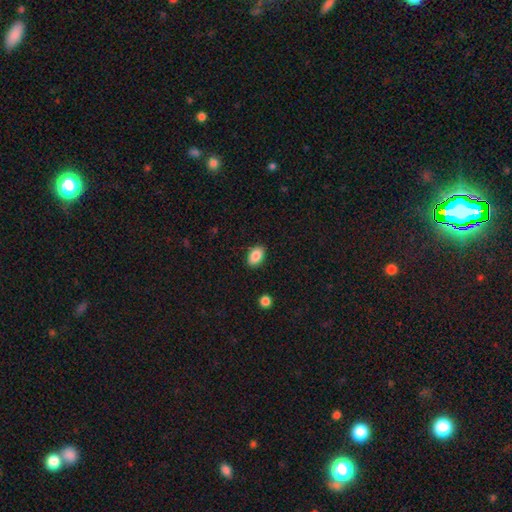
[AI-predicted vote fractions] Smooth or featured: smooth — 87% (star or artifact — 8%)
How rounded: in between — 88% (round — 11%)
Merging: none — 88% (minor disturbance — 9%)